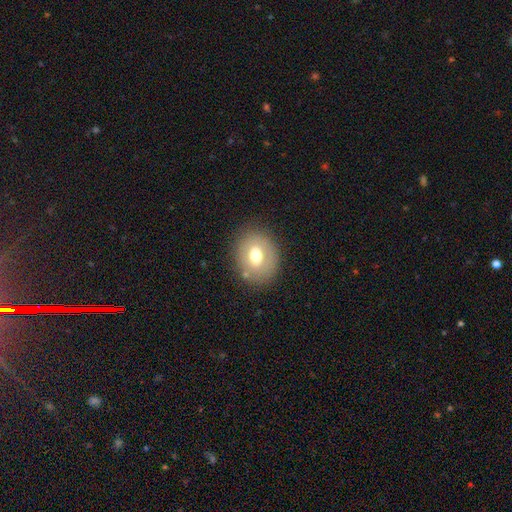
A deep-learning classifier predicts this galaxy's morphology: smooth 61%, featured or disk 30%, star or artifact 9%. Down the decision tree: how rounded — round (51%); merging — none (80%).